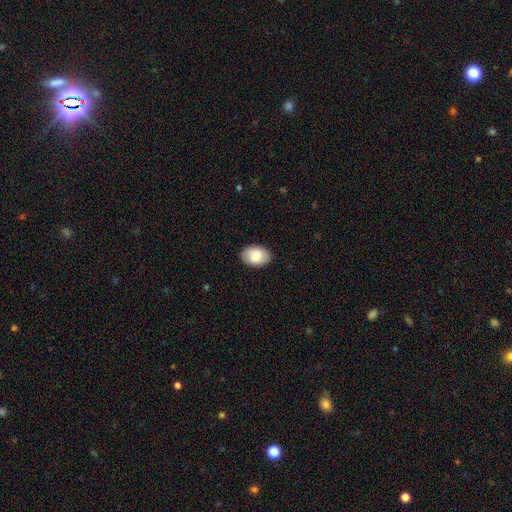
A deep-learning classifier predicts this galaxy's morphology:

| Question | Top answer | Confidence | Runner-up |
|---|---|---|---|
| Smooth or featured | smooth | 84% | featured or disk (10%) |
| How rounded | in between | 86% | round (13%) |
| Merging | none | 88% | minor disturbance (9%) |